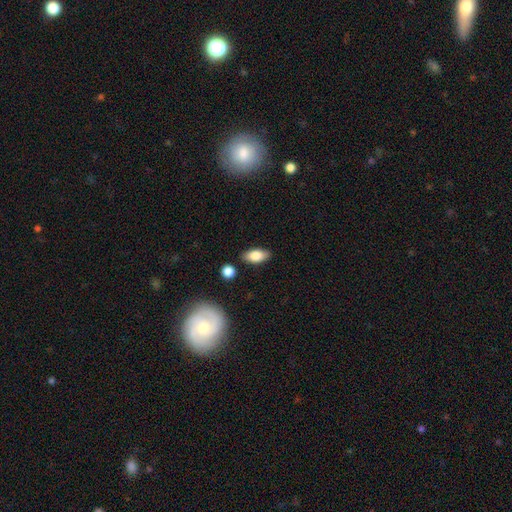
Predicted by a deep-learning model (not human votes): The model was most divided on "smooth or featured": smooth: 80%, featured or disk: 13%, star or artifact: 7%. More confident: how rounded — in between (89%); merging — none (85%).